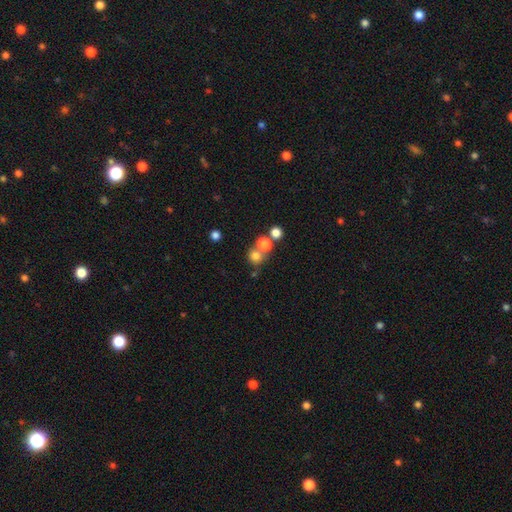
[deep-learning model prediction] smooth 74%, star or artifact 16%, featured or disk 10%. Down the decision tree: how rounded — round (87%); merging — none (54%).